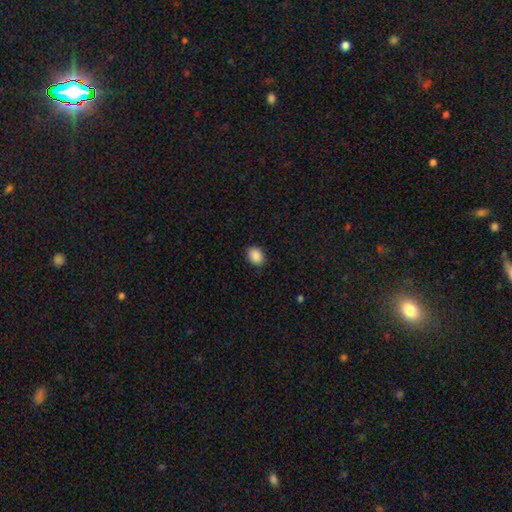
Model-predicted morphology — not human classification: Overall: smooth (89%). How rounded: in between (59%; round 40%). Merging: none (88%).